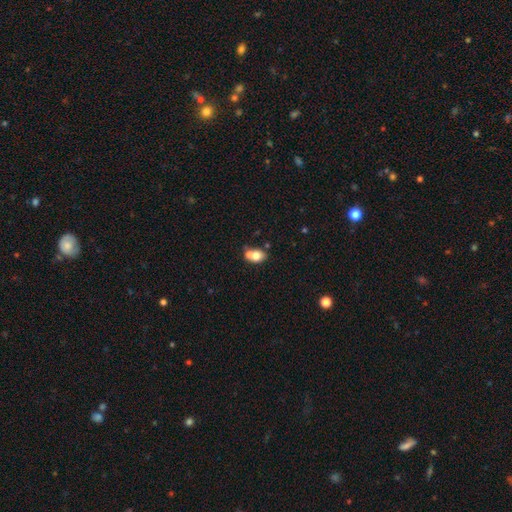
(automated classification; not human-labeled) Morphology: type=smooth (73%); roundness=in between (58%); merging=merger (52%).